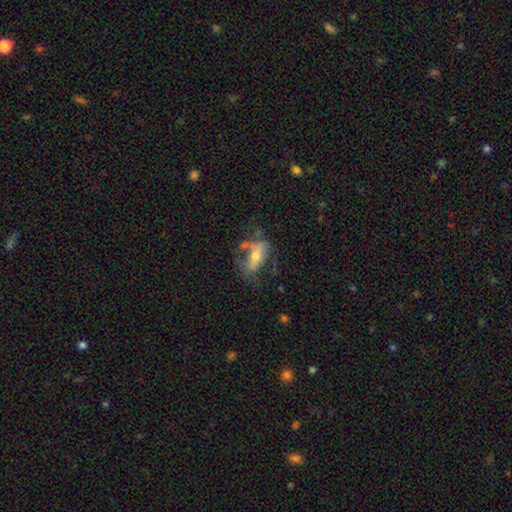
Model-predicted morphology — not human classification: A featured or disk galaxy (55%). Merging: none (41%).